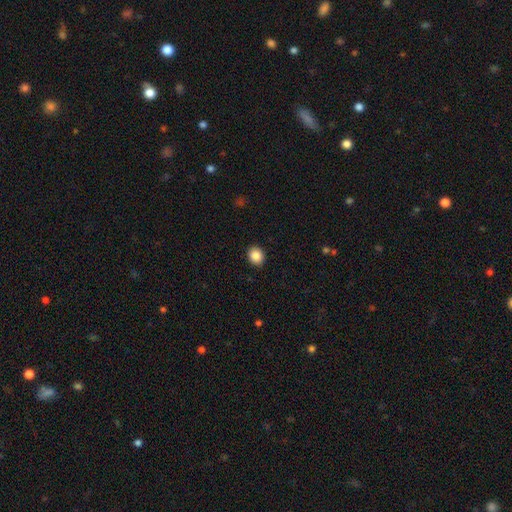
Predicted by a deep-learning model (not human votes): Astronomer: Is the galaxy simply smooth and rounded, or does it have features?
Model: smooth — 87%.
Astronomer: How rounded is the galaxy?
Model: round — 68%.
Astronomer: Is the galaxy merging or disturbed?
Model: none — 92%.